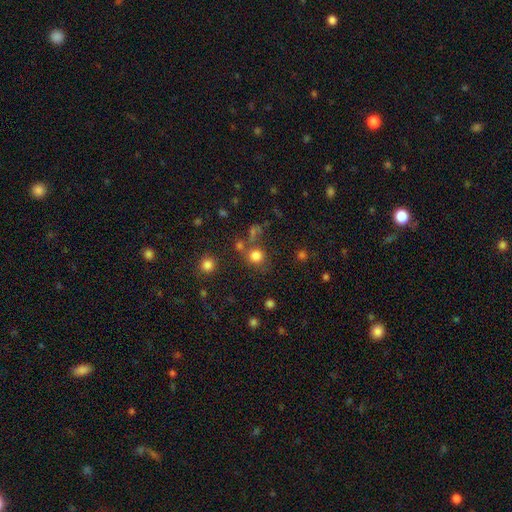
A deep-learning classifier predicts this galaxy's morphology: This is likely a smooth galaxy (78%). How rounded: clearly round (88%). Merging: likely none (68%).